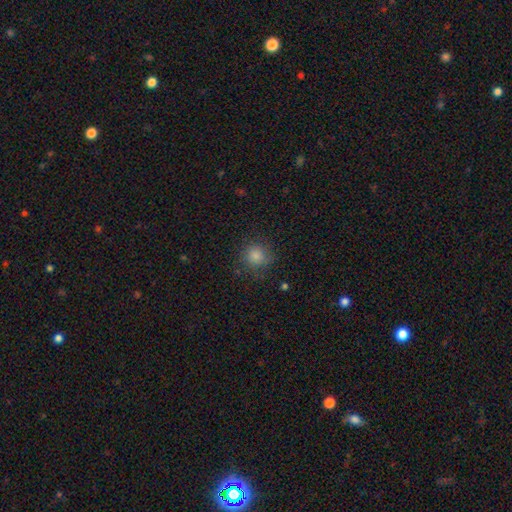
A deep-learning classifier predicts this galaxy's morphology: smooth 80%, star or artifact 14%, featured or disk 6%. Down the decision tree: how rounded — round (91%); merging — none (82%).